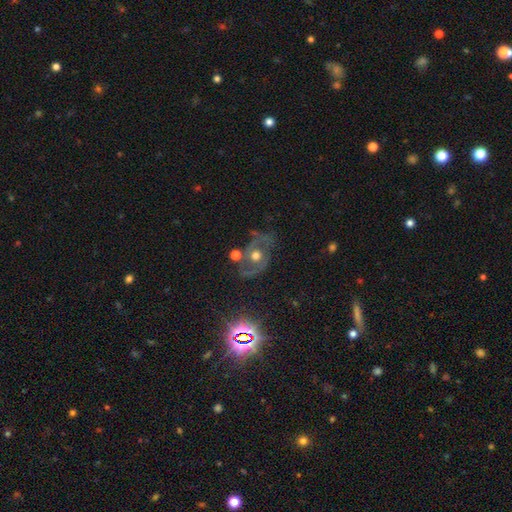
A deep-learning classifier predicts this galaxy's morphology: smooth_or_featured: featured or disk (p=0.61) [alt: smooth p=0.26]
disk_edge_on: no (p=0.93) [alt: yes p=0.07]
bar: no (p=0.82) [alt: weak p=0.13]
has_spiral_arms: yes (p=0.53) [alt: no p=0.47]
bulge_size: moderate (p=0.71) [alt: large p=0.16]
merging: none (p=0.58) [alt: minor disturbance p=0.20]